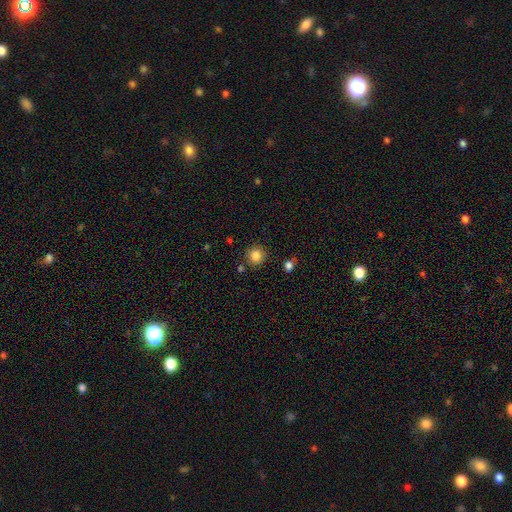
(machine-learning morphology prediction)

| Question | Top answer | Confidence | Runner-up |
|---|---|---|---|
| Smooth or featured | smooth | 84% | star or artifact (11%) |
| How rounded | round | 89% | in between (10%) |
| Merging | none | 85% | minor disturbance (9%) |